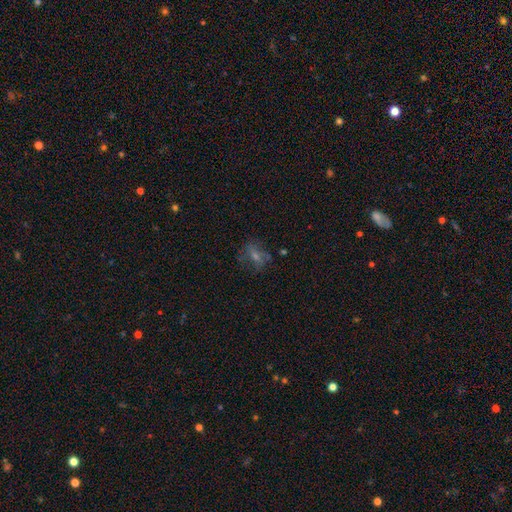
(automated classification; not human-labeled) Smooth or featured? featured or disk (38%)
Merging? none (68%)